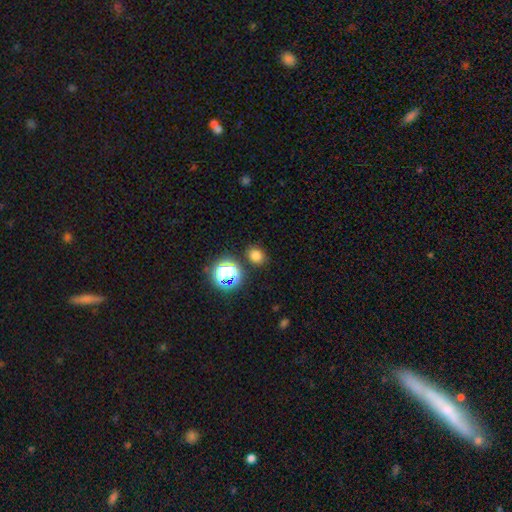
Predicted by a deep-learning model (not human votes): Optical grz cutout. It shows a smooth galaxy with no disk features (74%) that is round (57%). Merging: none (84%).